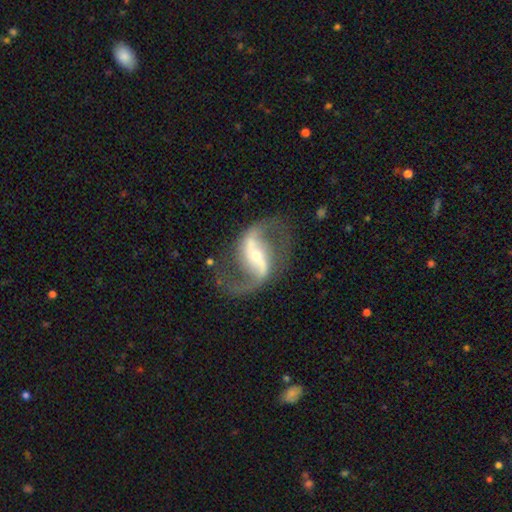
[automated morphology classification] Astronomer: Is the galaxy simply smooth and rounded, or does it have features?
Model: featured or disk — 92%.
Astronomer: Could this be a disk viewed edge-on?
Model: no — 97%.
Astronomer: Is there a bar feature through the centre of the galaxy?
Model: strong — 56%.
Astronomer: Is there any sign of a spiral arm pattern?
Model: yes — 97%.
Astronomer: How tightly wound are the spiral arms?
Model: loose — 62%.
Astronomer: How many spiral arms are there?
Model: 2 — 94%.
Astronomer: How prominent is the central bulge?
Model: small — 56% (runner-up: moderate, 38%).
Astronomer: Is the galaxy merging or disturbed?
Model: none — 78%.